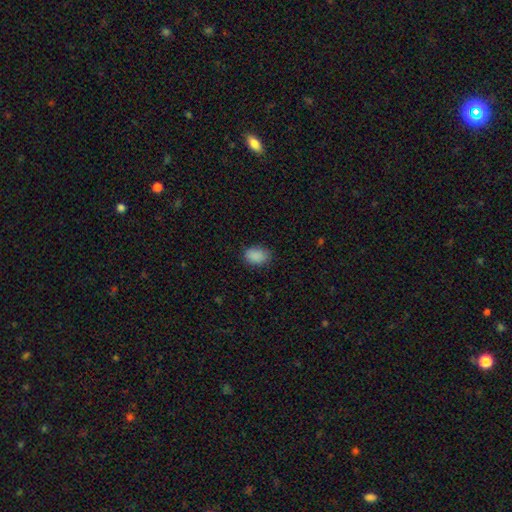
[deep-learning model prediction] smooth-or-featured: smooth: 89% | star or artifact: 8% | featured or disk: 3%
  how-rounded: in between: 84% | round: 15% | cigar-shaped: 1%
  merging: none: 82% | minor disturbance: 14% | major disturbance: 3% | merger: 1%